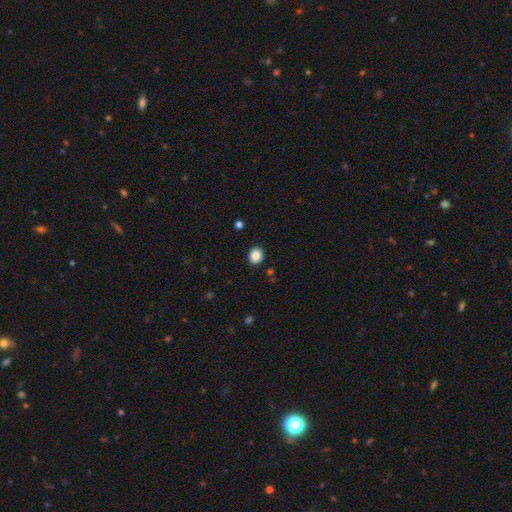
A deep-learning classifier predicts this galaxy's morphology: The model was most divided on "how rounded": round: 69%, in between: 30%, cigar-shaped: 1%. More confident: merging — none (90%); smooth or featured — smooth (87%).